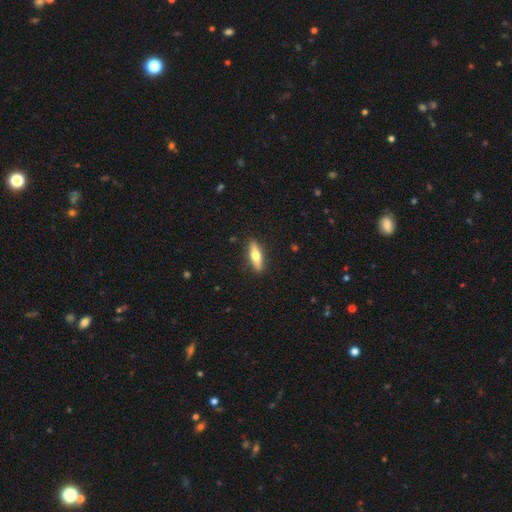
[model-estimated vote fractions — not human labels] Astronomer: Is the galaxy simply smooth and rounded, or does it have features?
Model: smooth — 54% (runner-up: featured or disk, 41%).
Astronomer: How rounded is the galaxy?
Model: cigar-shaped — 59% (runner-up: in between, 38%).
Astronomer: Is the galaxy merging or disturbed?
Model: none — 89%.